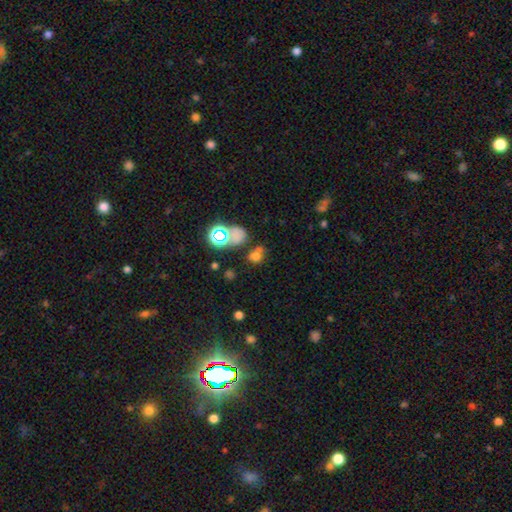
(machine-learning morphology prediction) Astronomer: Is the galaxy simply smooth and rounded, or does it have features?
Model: smooth — 62%.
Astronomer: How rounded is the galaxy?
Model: round — 51% (runner-up: in between, 47%).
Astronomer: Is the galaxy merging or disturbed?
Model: none — 48%.